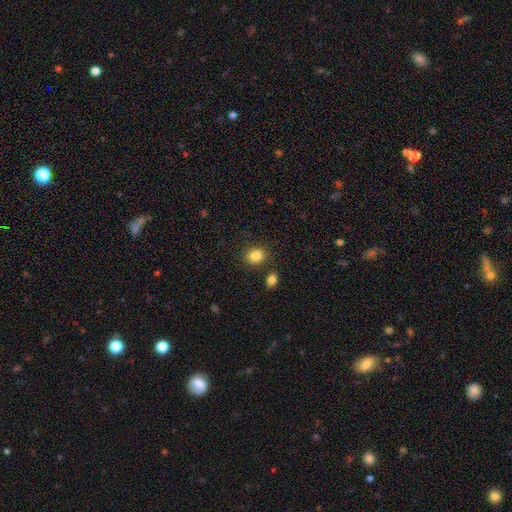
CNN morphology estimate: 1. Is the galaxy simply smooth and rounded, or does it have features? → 86% smooth, 10% star or artifact, 5% featured or disk.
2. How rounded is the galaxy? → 61% round, 38% in between, 1% cigar-shaped.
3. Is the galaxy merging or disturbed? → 81% none, 10% minor disturbance, 6% merger, 3% major disturbance.